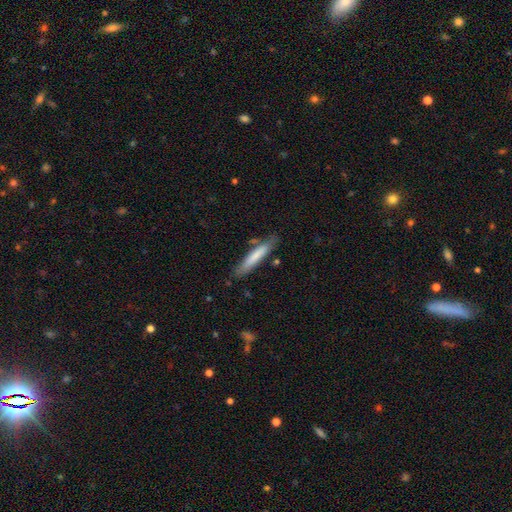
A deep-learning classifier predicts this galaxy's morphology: Smooth or featured? smooth (72%)
How rounded? cigar-shaped (90%)
Merging? none (78%)